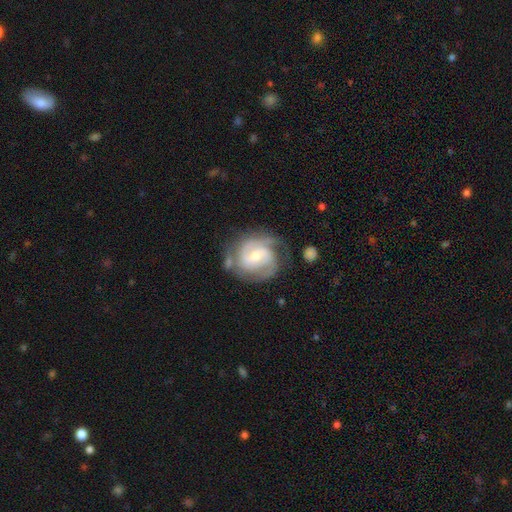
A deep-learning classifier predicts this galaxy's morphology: Smooth or featured?
  - featured or disk: 86% *
  - smooth: 9%
  - star or artifact: 5%
Edge-on disk?
  - no: 98% *
  - yes: 2%
Bar?
  - weak: 48% *
  - no: 38%
  - strong: 14%
Spiral arms?
  - yes: 96% *
  - no: 4%
Spiral winding?
  - tight: 53% *
  - medium: 39%
  - loose: 9%
Spiral arm count?
  - 2: 52% *
  - 3: 24%
  - can't tell: 14%
  - 1: 4%
  - 4: 3%
  - more than 4: 3%
Bulge size?
  - moderate: 52% *
  - small: 44%
  - large: 2%
  - none: 1%
  - dominant: 1%
Merging?
  - none: 63% *
  - minor disturbance: 21%
  - major disturbance: 10%
  - merger: 5%